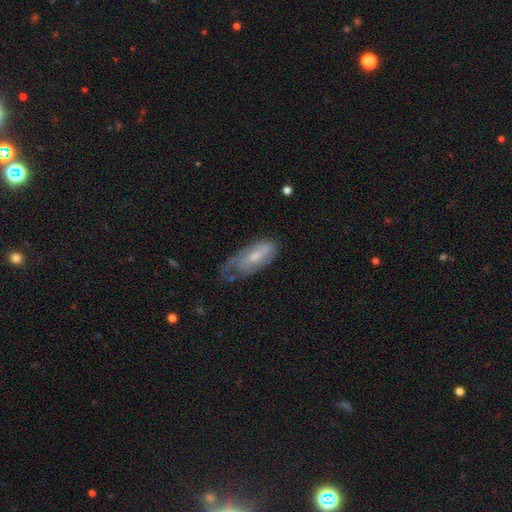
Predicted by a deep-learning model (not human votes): This is possibly a featured or disk galaxy (54%). It is clearly not viewed edge-on (88%). Merging: marginally minor disturbance (36%, tied with none).